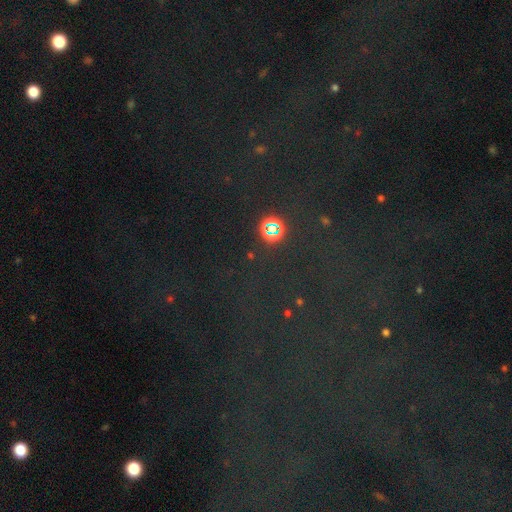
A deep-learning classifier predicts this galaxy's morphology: Smooth or featured? Predicted: star or artifact (p=0.79).